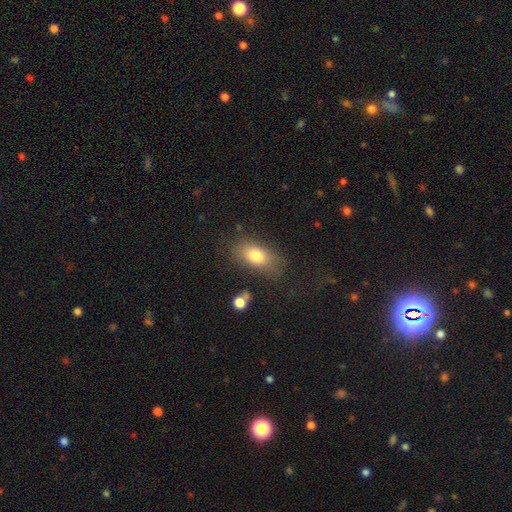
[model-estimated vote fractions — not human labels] Smooth or featured? Predicted: smooth (p=0.78). How rounded? Predicted: in between (p=0.87). Merging? Predicted: none (p=0.72).